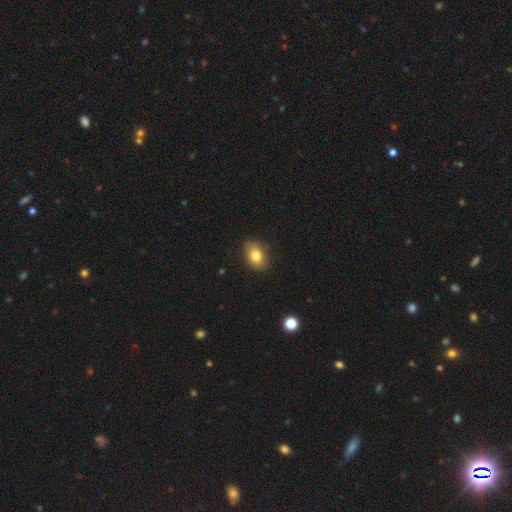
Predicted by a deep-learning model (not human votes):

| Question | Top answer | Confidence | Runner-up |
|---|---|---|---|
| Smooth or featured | smooth | 81% | featured or disk (10%) |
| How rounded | in between | 74% | round (25%) |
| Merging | none | 84% | minor disturbance (13%) |